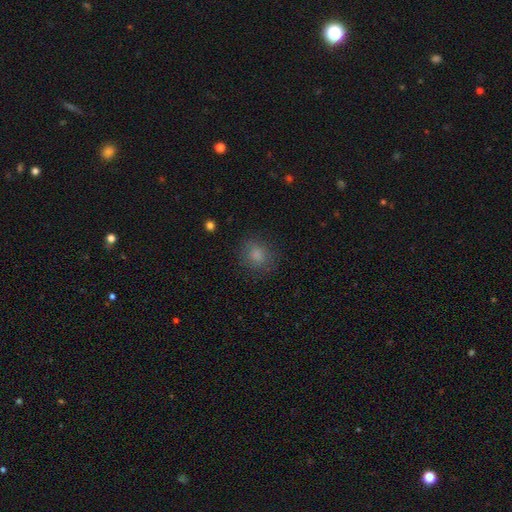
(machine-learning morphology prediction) type=smooth (79%); roundness=round (75%); merging=none (83%).